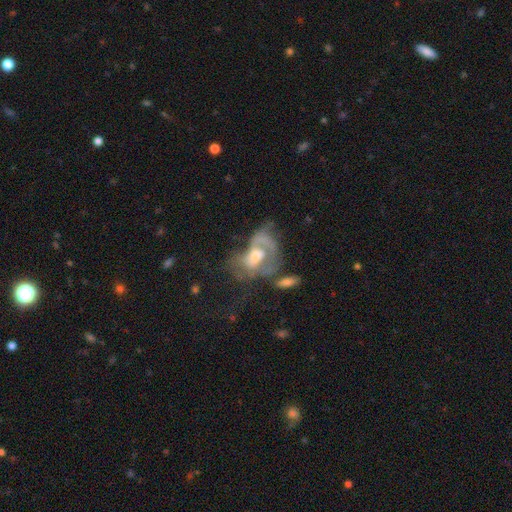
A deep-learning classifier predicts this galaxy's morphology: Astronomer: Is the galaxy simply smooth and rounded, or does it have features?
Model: featured or disk — 66%.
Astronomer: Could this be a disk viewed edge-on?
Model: no — 96%.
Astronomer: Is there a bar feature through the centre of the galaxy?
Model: no — 63%.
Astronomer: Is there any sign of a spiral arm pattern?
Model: yes — 60% (runner-up: no, 40%).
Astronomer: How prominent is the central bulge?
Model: moderate — 55%.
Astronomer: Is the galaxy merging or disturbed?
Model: major disturbance — 43% (runner-up: none, 22%).